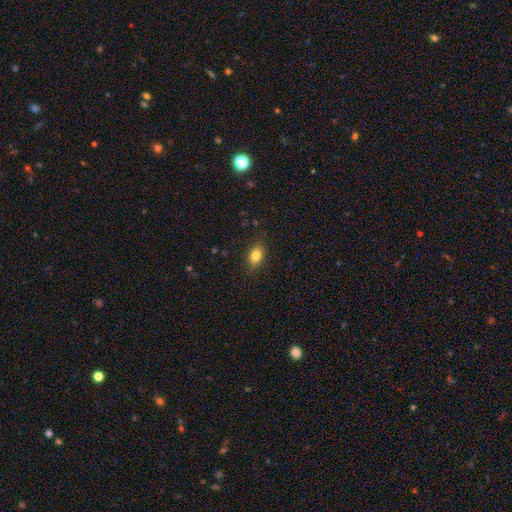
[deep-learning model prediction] smooth-or-featured: smooth: 82% | star or artifact: 10% | featured or disk: 8%
  how-rounded: in between: 78% | round: 20% | cigar-shaped: 2%
  merging: none: 86% | minor disturbance: 10% | major disturbance: 3% | merger: 1%